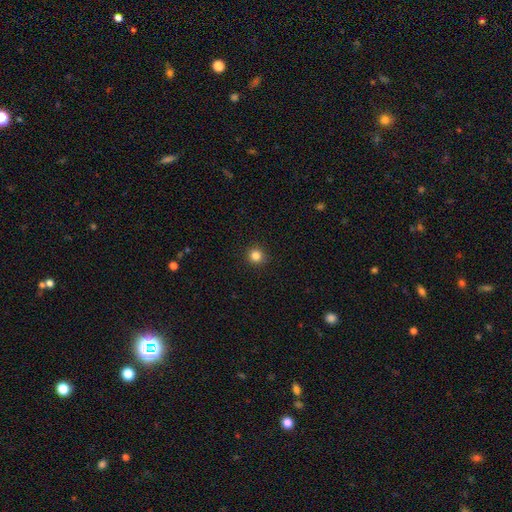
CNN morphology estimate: Smooth or featured? smooth (83%)
How rounded? round (94%)
Merging? none (92%)